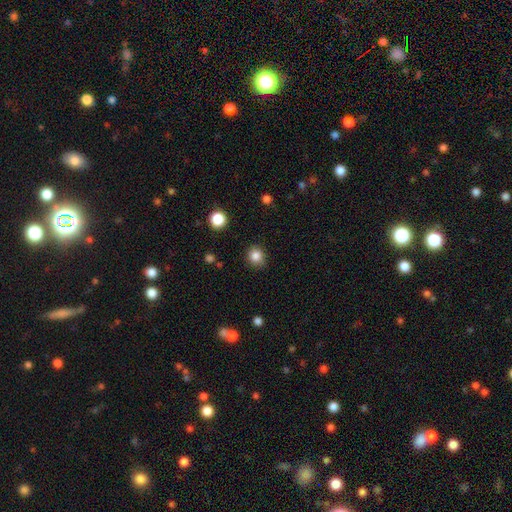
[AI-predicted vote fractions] Smooth or featured: smooth — 84% (star or artifact — 11%)
How rounded: round — 82% (in between — 17%)
Merging: none — 86% (minor disturbance — 10%)